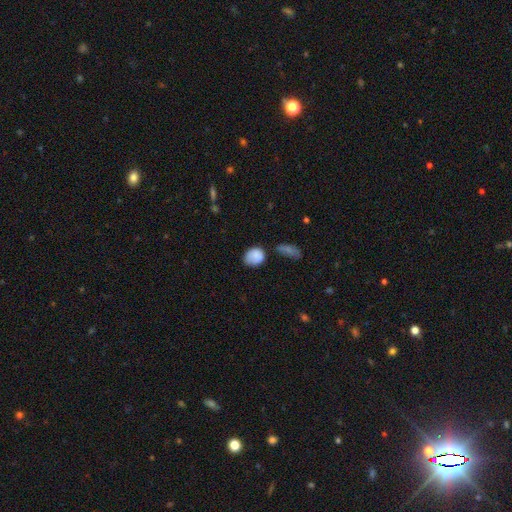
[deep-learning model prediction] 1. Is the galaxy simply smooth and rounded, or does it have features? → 81% smooth, 10% featured or disk, 9% star or artifact.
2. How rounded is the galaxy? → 51% round, 47% in between, 1% cigar-shaped.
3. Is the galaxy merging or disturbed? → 51% none, 30% minor disturbance, 10% major disturbance, 9% merger.